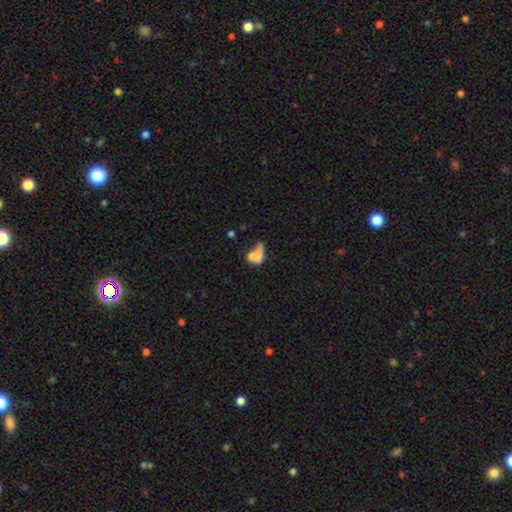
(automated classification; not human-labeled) Smooth or featured? Predicted: smooth (p=0.61). How rounded? Predicted: in between (p=0.72). Merging? Predicted: merger (p=0.48).